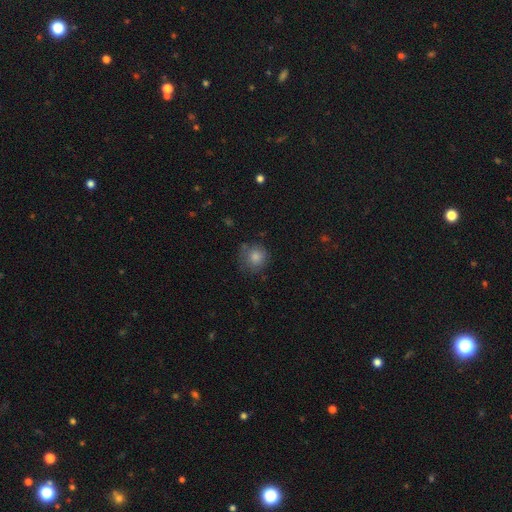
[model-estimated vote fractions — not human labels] A smooth galaxy with no disk features (77%) that is round (90%).

Vote fractions:
- Smooth or featured? smooth: 77% / star or artifact: 12% / featured or disk: 10%
- How rounded? round: 90% / in between: 9% / cigar-shaped: 1%
- Merging? none: 73% / minor disturbance: 19% / major disturbance: 5% / merger: 2%